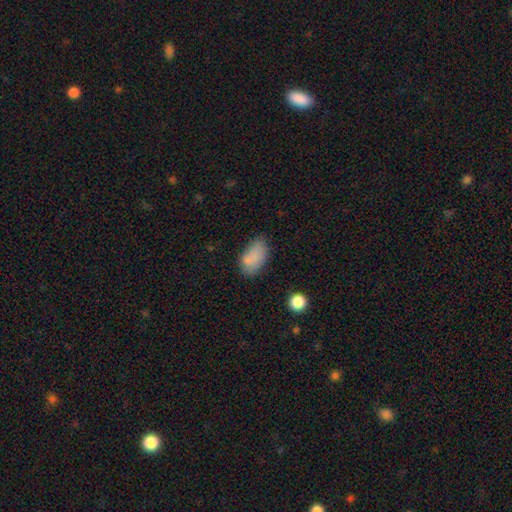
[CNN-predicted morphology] Smooth or featured?
  - smooth: 81% *
  - star or artifact: 9%
  - featured or disk: 9%
How rounded?
  - in between: 92% *
  - round: 6%
  - cigar-shaped: 2%
Merging?
  - none: 59% *
  - minor disturbance: 27%
  - major disturbance: 8%
  - merger: 5%